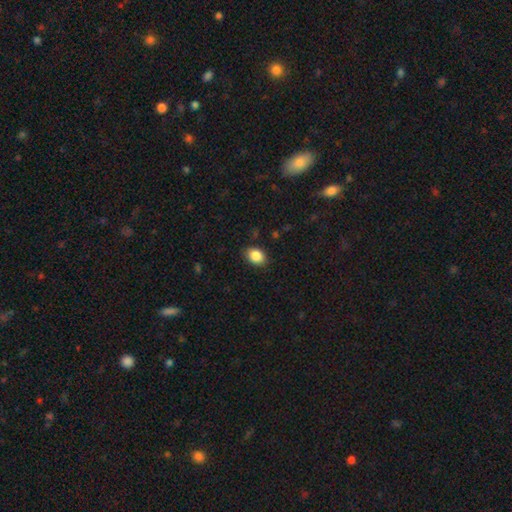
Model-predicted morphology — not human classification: This appears to be a smooth galaxy with no disk features (87%) that is in between round and cigar-shaped (75%). Merging: none (85%).